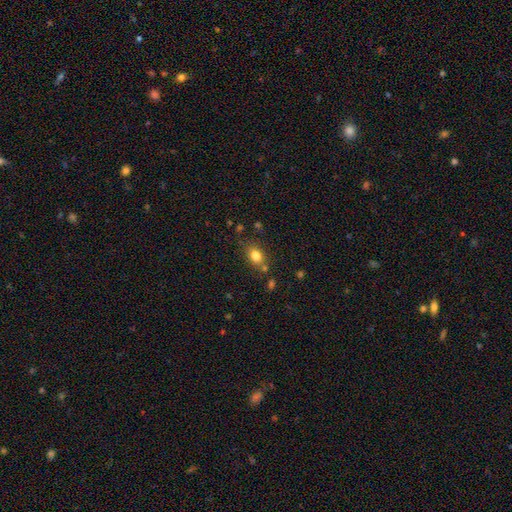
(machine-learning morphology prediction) This is clearly a smooth galaxy (81%). How rounded: likely in between (66%). Merging: likely none (71%).